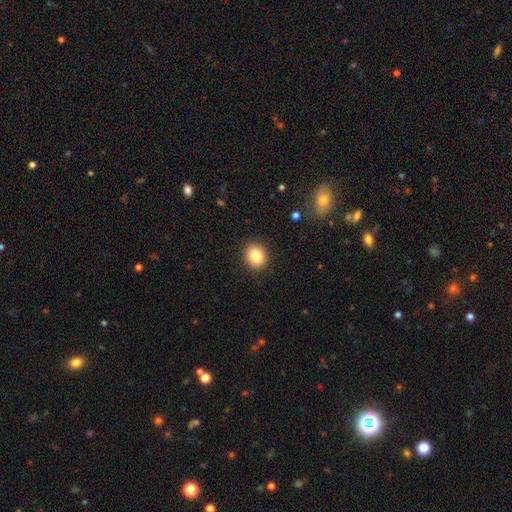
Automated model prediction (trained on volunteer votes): Q: Smooth or featured?
A: smooth (85%); runner-up: star or artifact (9%)
Q: How rounded?
A: round (62%); runner-up: in between (37%)
Q: Merging?
A: none (90%); runner-up: minor disturbance (7%)